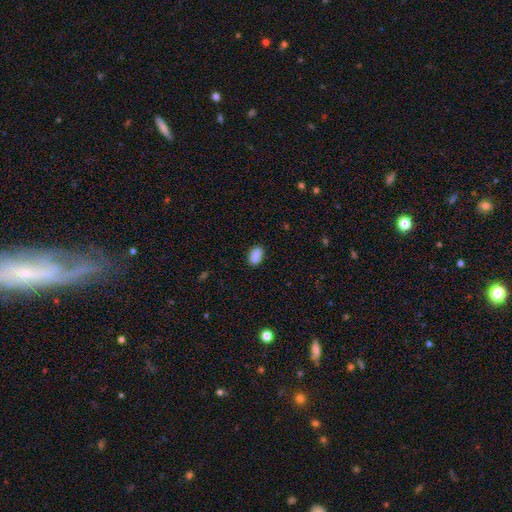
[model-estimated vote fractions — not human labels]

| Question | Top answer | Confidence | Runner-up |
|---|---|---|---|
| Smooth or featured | smooth | 88% | star or artifact (8%) |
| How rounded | in between | 91% | round (6%) |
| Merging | none | 84% | minor disturbance (11%) |